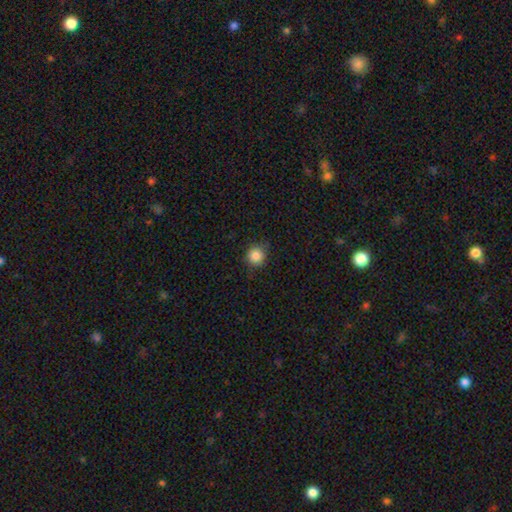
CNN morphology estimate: Smooth or featured? smooth (86%)
How rounded? round (93%)
Merging? none (85%)